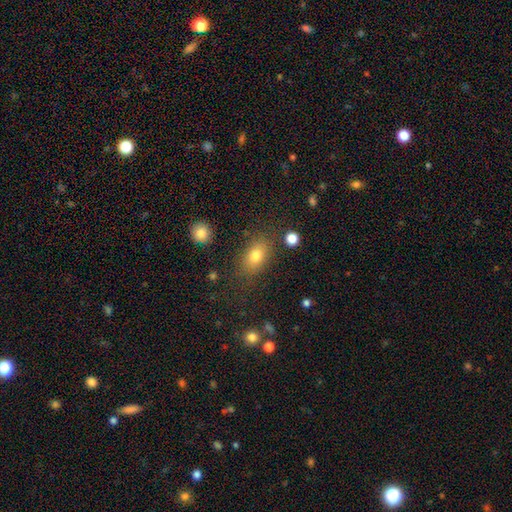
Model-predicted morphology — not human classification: Smooth or featured? Predicted: smooth (p=0.78). How rounded? Predicted: in between (p=0.81). Merging? Predicted: none (p=0.79).